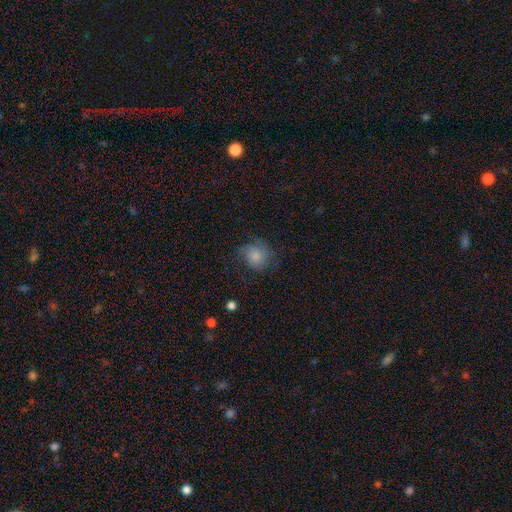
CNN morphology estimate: This appears to be a smooth galaxy with no disk features (68%) that is round (80%). Merging: none (62%).